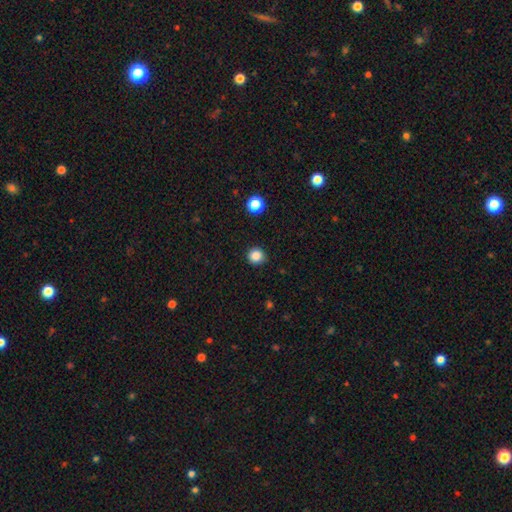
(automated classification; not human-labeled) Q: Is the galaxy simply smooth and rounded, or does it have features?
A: smooth — 86%.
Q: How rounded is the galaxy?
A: round — 92%.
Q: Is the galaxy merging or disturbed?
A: none — 89%.